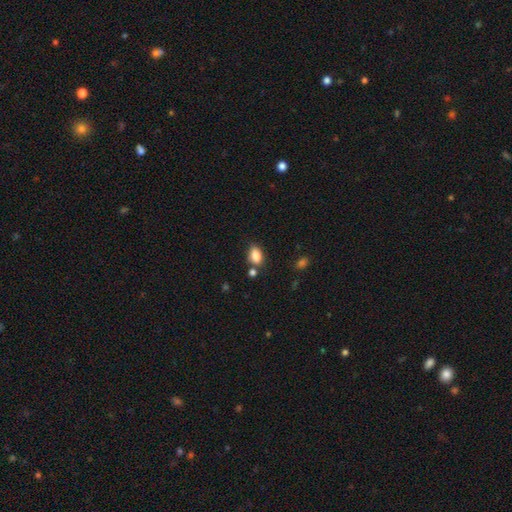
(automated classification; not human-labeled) This appears to be a smooth galaxy with no disk features (85%) that is in between round and cigar-shaped (85%). Merging: none (71%).